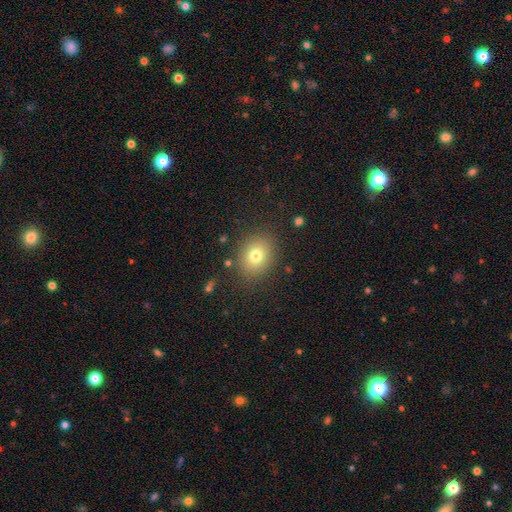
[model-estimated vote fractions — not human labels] Q: Smooth or featured?
A: smooth (75%); runner-up: star or artifact (13%)
Q: How rounded?
A: round (54%); runner-up: in between (45%)
Q: Merging?
A: none (84%); runner-up: minor disturbance (10%)